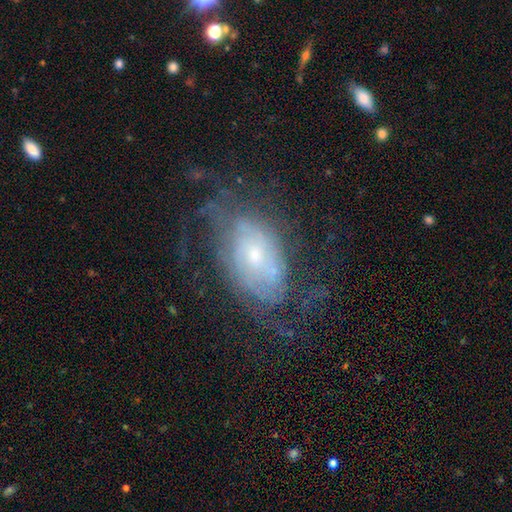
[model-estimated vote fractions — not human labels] The model was most divided on "spiral winding": tight: 52%, medium: 31%, loose: 17%. More confident: edge-on disk — no (94%); spiral arms — yes (77%); smooth or featured — featured or disk (73%); bar — no (72%); bulge size — small (57%); merging — none (57%); spiral arm count — can't tell (55%).